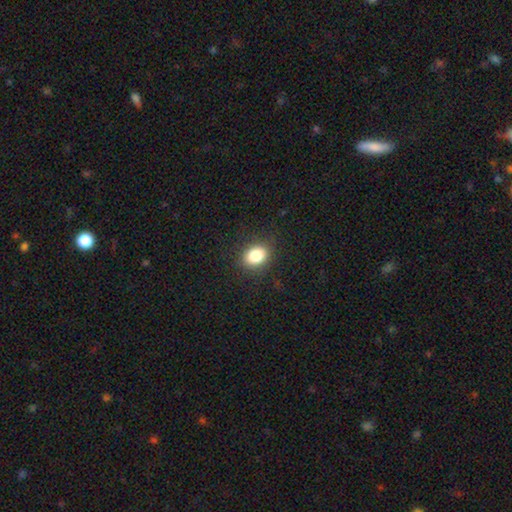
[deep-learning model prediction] Q: Smooth or featured?
A: smooth (84%); runner-up: star or artifact (10%)
Q: How rounded?
A: in between (65%); runner-up: round (34%)
Q: Merging?
A: none (87%); runner-up: minor disturbance (9%)